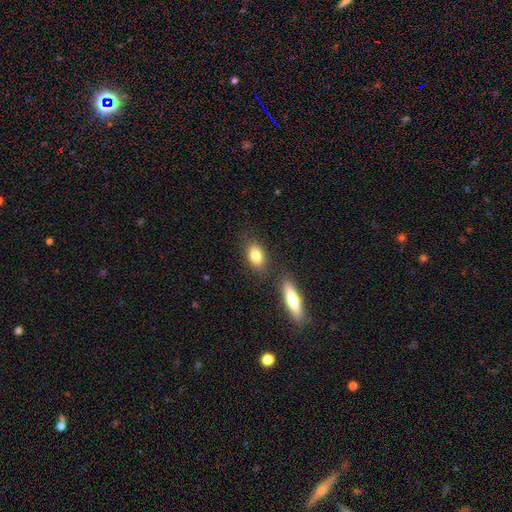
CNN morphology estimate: A smooth galaxy with no disk features (80%) that is in between round and cigar-shaped (82%).

Vote fractions:
- Smooth or featured? smooth: 80% / featured or disk: 12% / star or artifact: 8%
- How rounded? in between: 82% / round: 13% / cigar-shaped: 6%
- Merging? none: 74% / minor disturbance: 12% / merger: 11% / major disturbance: 3%